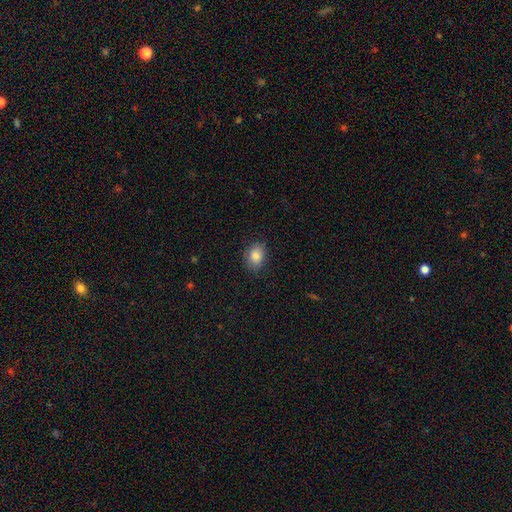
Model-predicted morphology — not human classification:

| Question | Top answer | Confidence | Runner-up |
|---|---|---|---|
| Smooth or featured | smooth | 84% | star or artifact (9%) |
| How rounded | in between | 68% | round (31%) |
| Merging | none | 81% | minor disturbance (15%) |